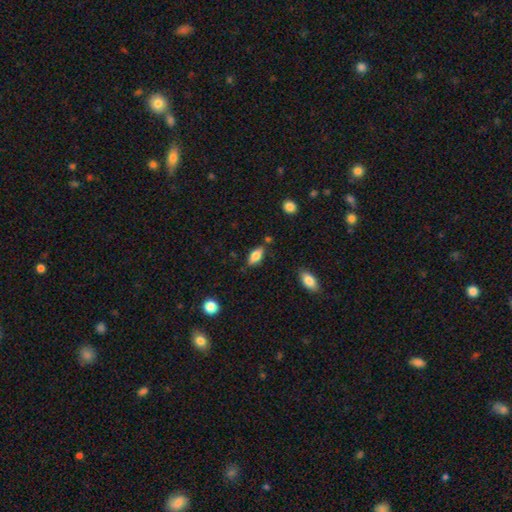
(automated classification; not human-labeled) Smooth or featured? smooth (75%)
How rounded? in between (84%)
Merging? none (78%)